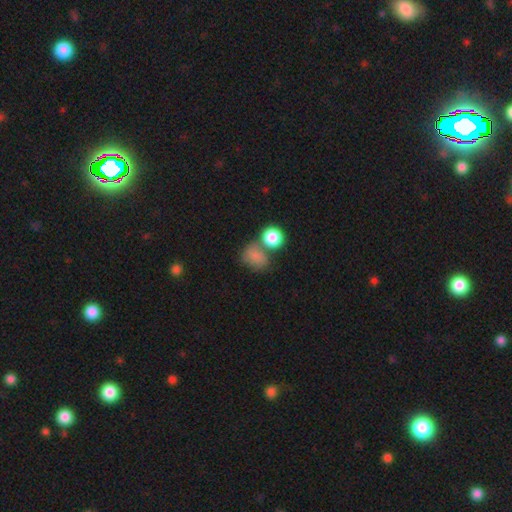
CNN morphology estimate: Overall: smooth (79%). How rounded: round (57%; in between 41%). Merging: merger (40%; none 36%).